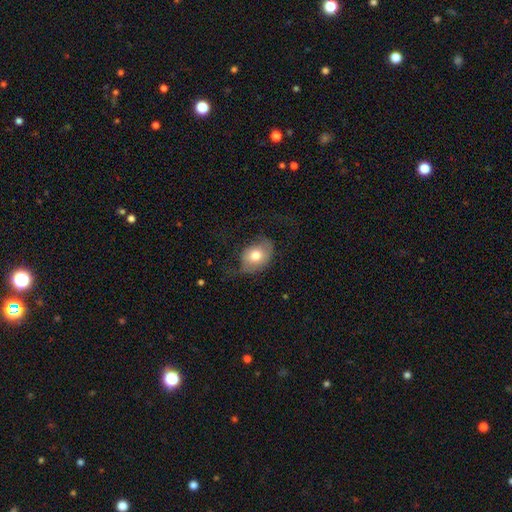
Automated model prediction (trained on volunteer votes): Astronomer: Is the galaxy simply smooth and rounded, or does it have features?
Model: smooth — 68%.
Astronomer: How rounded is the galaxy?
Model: in between — 71%.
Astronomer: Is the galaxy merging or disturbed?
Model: none — 51% (runner-up: minor disturbance, 29%).